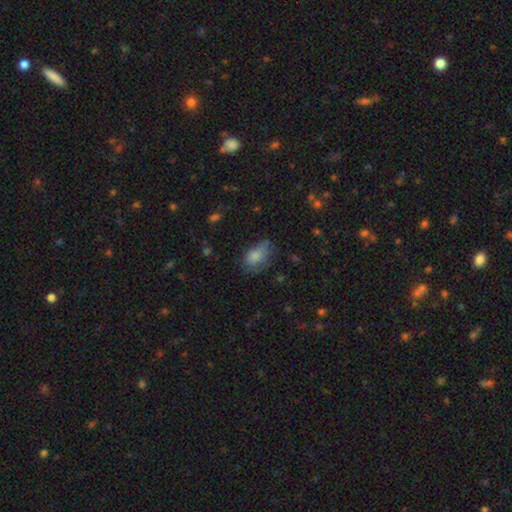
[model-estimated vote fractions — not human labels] smooth-or-featured: smooth: 76% | featured or disk: 14% | star or artifact: 10%
  how-rounded: in between: 85% | round: 13% | cigar-shaped: 3%
  merging: none: 38% | minor disturbance: 35% | major disturbance: 23% | merger: 4%